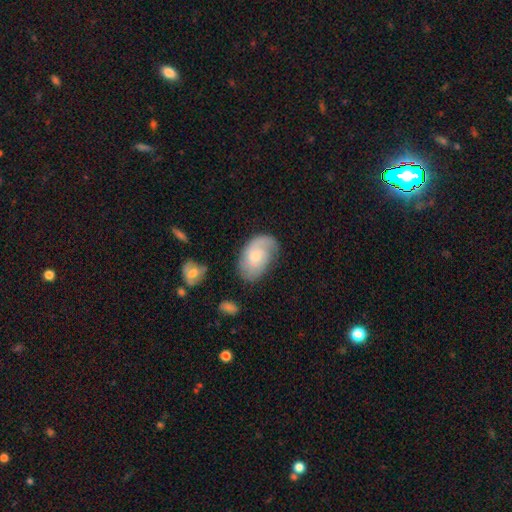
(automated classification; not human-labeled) smooth_or_featured: featured or disk (p=0.58) [alt: smooth p=0.35]
disk_edge_on: no (p=0.95) [alt: yes p=0.05]
bar: no (p=0.67) [alt: weak p=0.30]
has_spiral_arms: yes (p=0.88) [alt: no p=0.12]
bulge_size: small (p=0.45) [alt: moderate p=0.43]
merging: none (p=0.67) [alt: minor disturbance p=0.22]